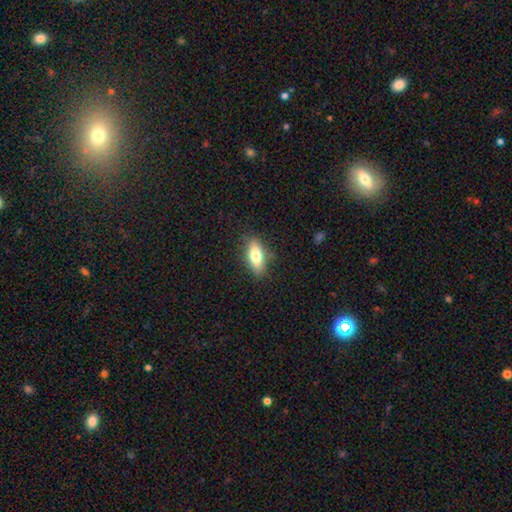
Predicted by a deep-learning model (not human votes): This appears to be a smooth galaxy with no disk features (70%) that is in between round and cigar-shaped (73%). Merging: none (83%).